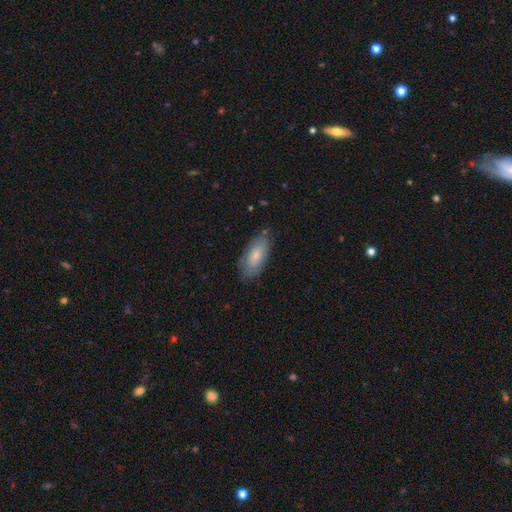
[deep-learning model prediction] Q: Smooth or featured?
A: smooth (74%); runner-up: featured or disk (20%)
Q: How rounded?
A: in between (88%); runner-up: cigar-shaped (10%)
Q: Merging?
A: none (74%); runner-up: minor disturbance (19%)